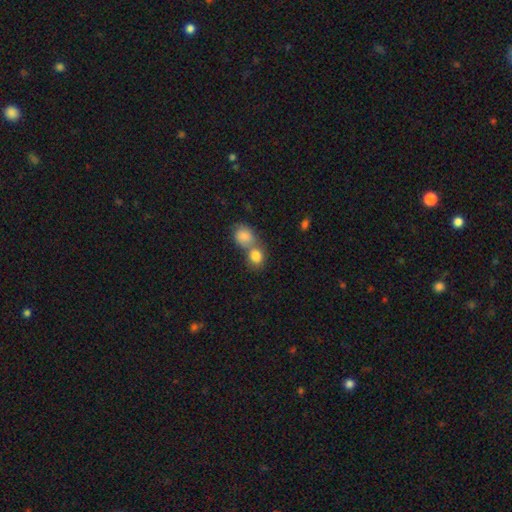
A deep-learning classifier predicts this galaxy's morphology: Smooth or featured? Predicted: smooth (p=0.83). How rounded? Predicted: round (p=0.65). Merging? Predicted: merger (p=0.59).